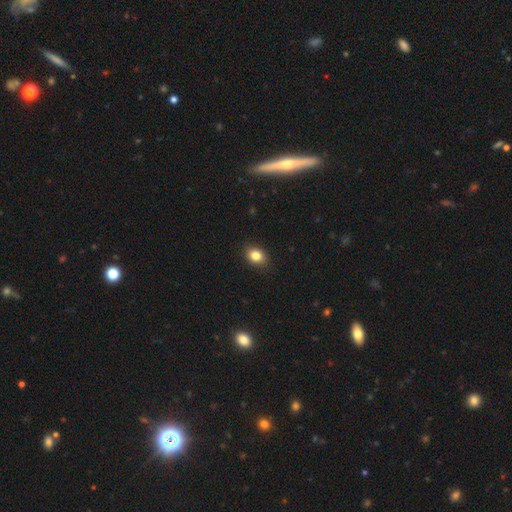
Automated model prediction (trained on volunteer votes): This is clearly a smooth galaxy (83%). How rounded: possibly in between (60%). Merging: clearly none (89%).